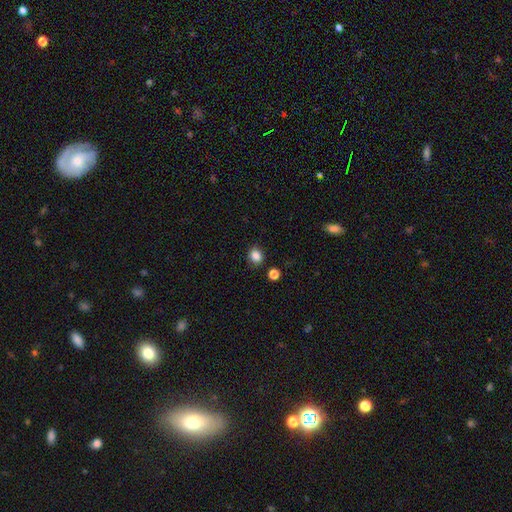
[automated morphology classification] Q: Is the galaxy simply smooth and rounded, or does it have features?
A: smooth — 85%.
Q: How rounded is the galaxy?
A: round — 67%.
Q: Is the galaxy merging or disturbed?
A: none — 85%.